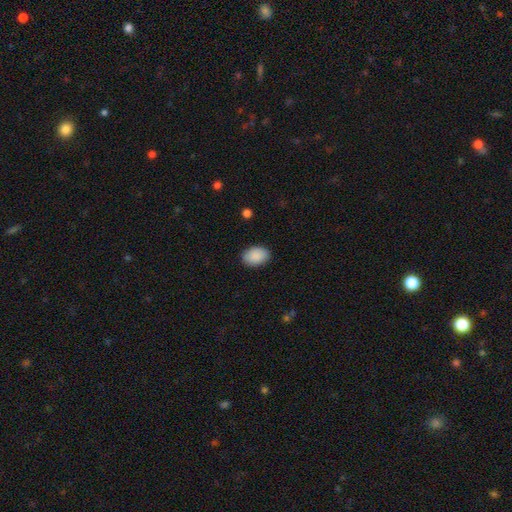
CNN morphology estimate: Smooth or featured: smooth — 90% (star or artifact — 6%)
How rounded: in between — 85% (round — 14%)
Merging: none — 88% (minor disturbance — 9%)